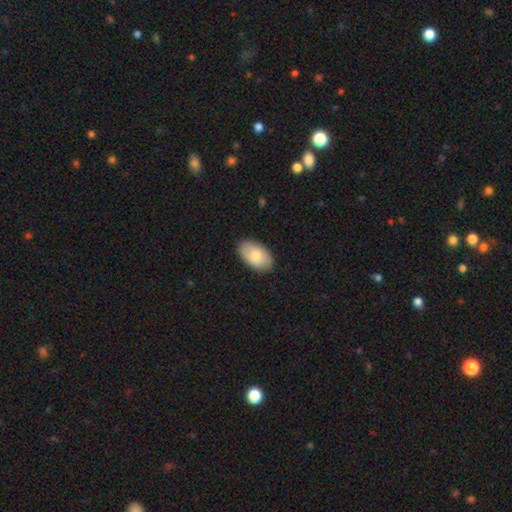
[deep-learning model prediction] Q: Smooth or featured?
A: smooth (79%); runner-up: featured or disk (16%)
Q: How rounded?
A: in between (94%); runner-up: round (4%)
Q: Merging?
A: none (88%); runner-up: minor disturbance (9%)